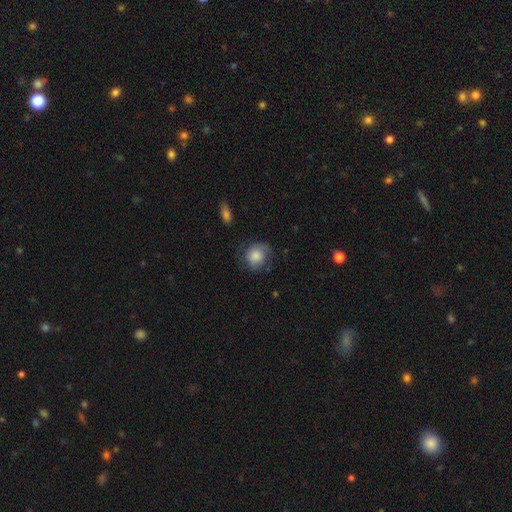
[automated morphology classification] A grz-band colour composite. It shows a smooth galaxy with no disk features (72%) that is round (75%). Merging: none (61%).